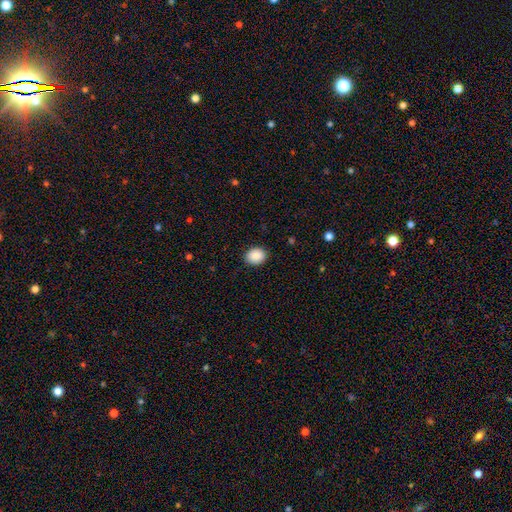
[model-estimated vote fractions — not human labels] Overall: smooth (89%). How rounded: round (55%; in between 44%). Merging: none (90%).